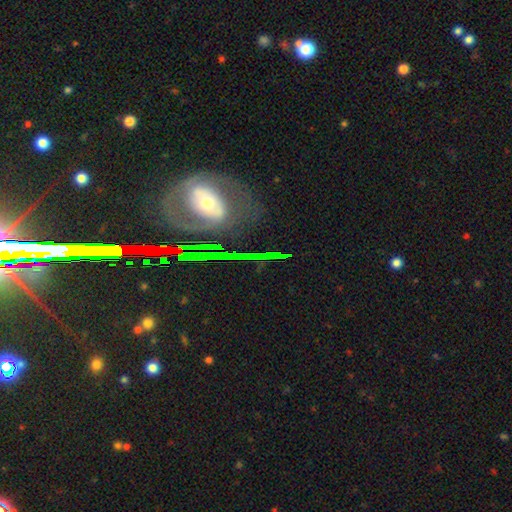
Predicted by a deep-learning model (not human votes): Smooth or featured? Predicted: featured or disk (p=0.60). Edge-on disk? Predicted: no (p=0.87). Bar? Predicted: no (p=0.40). Spiral arms? Predicted: yes (p=0.71). Bulge size? Predicted: moderate (p=0.50). Merging? Predicted: none (p=0.60).